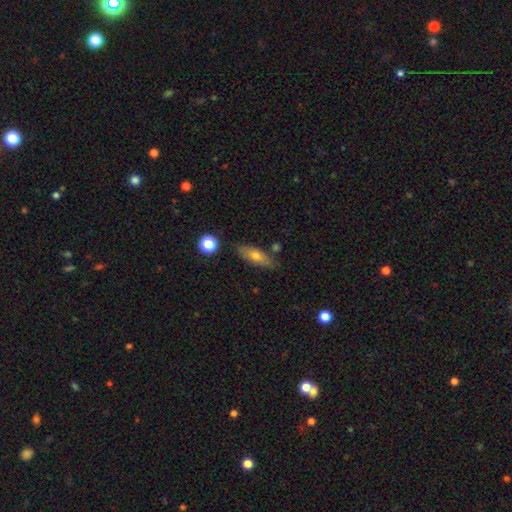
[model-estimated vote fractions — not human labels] Overall: smooth (64%; featured or disk 29%). How rounded: in between (62%; cigar-shaped 34%). Merging: none (79%).